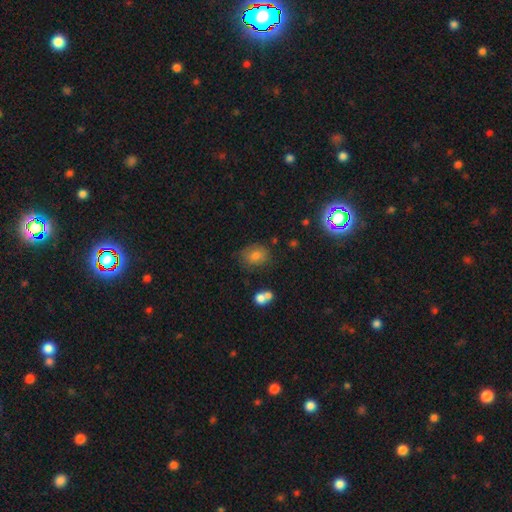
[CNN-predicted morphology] smooth-or-featured: smooth: 71% | star or artifact: 15% | featured or disk: 13%
  how-rounded: round: 50% | in between: 49% | cigar-shaped: 1%
  merging: none: 71% | minor disturbance: 18% | merger: 6% | major disturbance: 5%